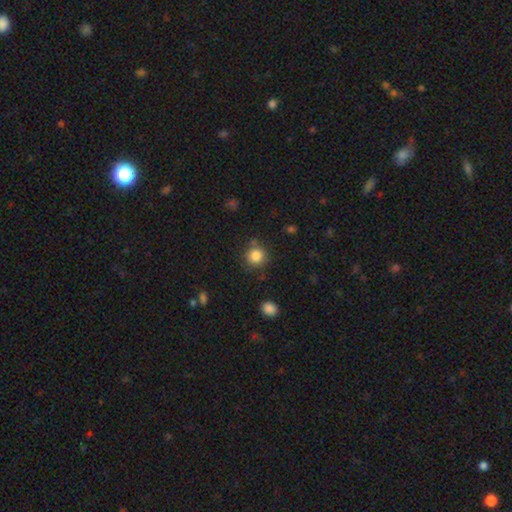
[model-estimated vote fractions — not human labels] Smooth or featured? smooth (85%)
How rounded? round (92%)
Merging? none (80%)